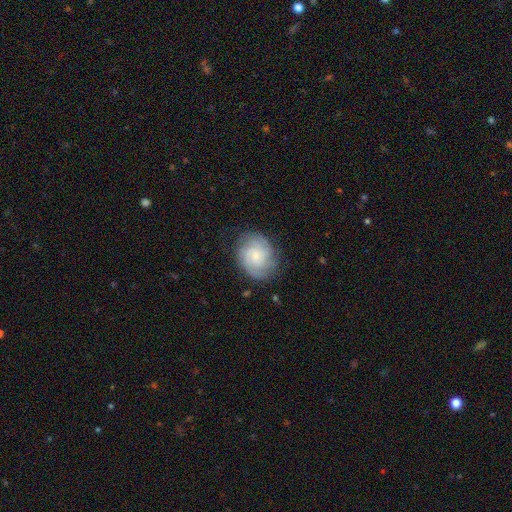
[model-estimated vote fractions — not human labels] Smooth or featured? featured or disk (68%)
Edge-on disk? no (98%)
Bar? no (65%)
Spiral arms? yes (94%)
Spiral winding? tight (58%)
Spiral arm count? can't tell (28%)
Bulge size? small (65%)
Merging? none (77%)